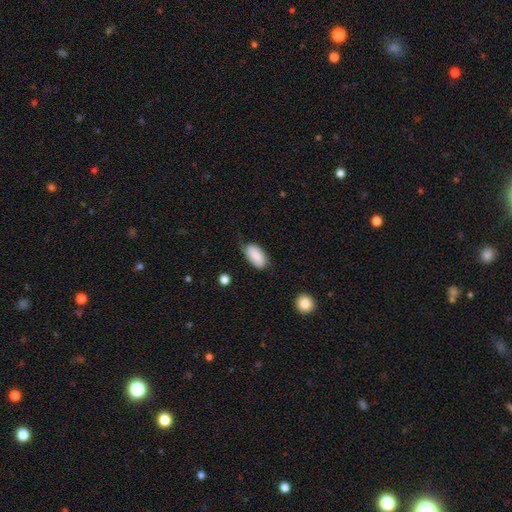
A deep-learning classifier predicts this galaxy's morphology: Overall: smooth (86%). How rounded: in between (94%). Merging: none (64%; minor disturbance 28%).